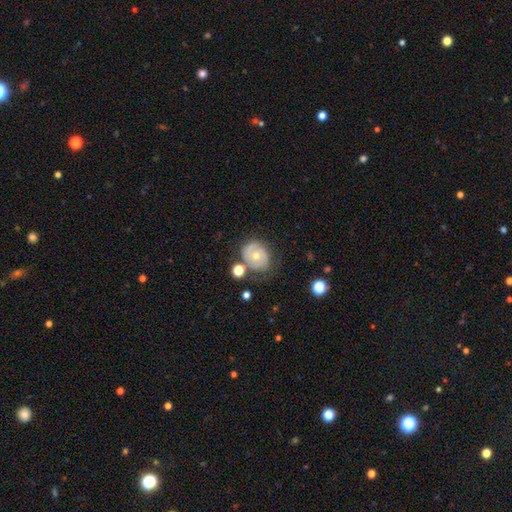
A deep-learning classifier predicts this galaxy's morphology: This appears to be a featured or disk galaxy (51%). Merging: none (50%).